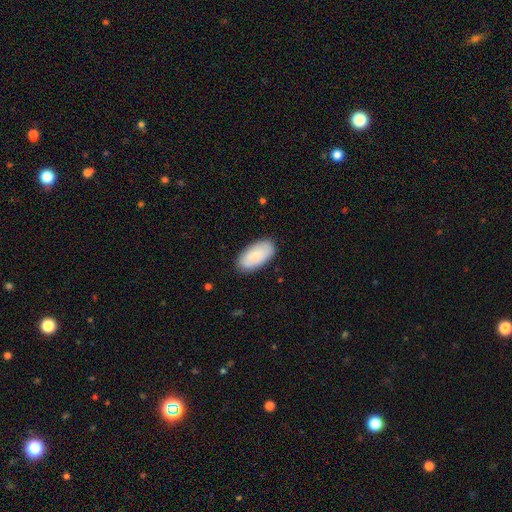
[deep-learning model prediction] This is likely a smooth galaxy (74%). How rounded: clearly in between (94%). Merging: clearly none (84%).